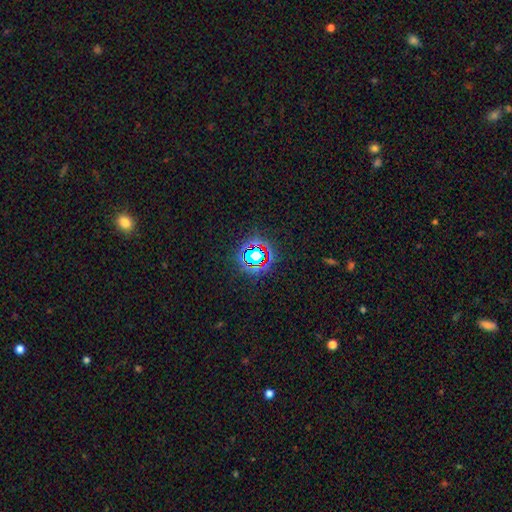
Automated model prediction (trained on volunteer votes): smooth_or_featured: star or artifact (p=0.72) [alt: smooth p=0.17]